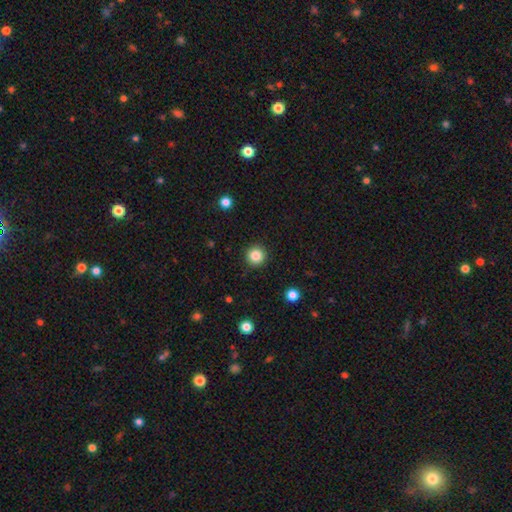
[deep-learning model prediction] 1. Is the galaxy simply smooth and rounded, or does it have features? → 84% smooth, 11% star or artifact, 5% featured or disk.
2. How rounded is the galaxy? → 96% round, 3% in between, 1% cigar-shaped.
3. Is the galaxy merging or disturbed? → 92% none, 5% minor disturbance, 2% major disturbance, 1% merger.